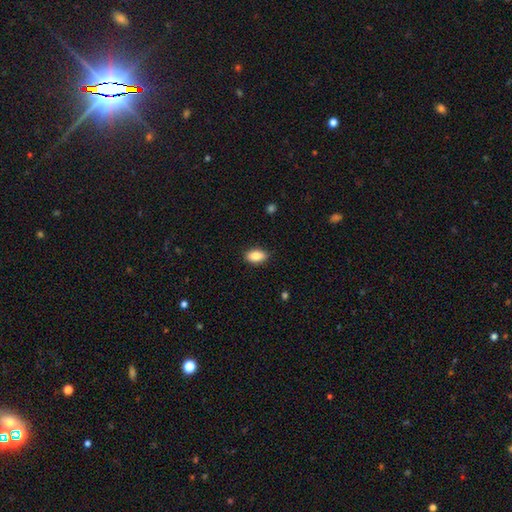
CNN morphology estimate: Smooth or featured? smooth (85%)
How rounded? in between (90%)
Merging? none (87%)